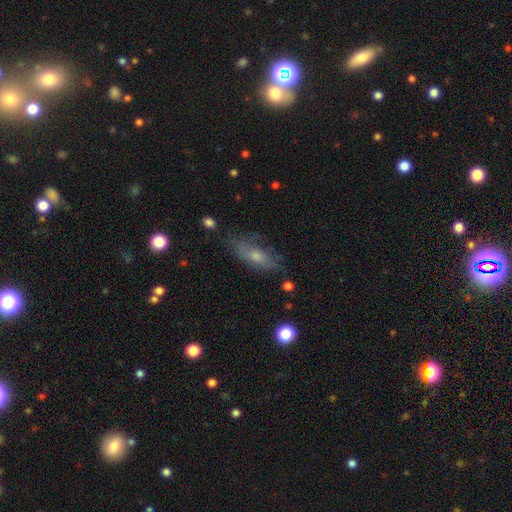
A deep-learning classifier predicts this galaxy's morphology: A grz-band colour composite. It shows a smooth galaxy with no disk features (48%). Merging: none (64%).